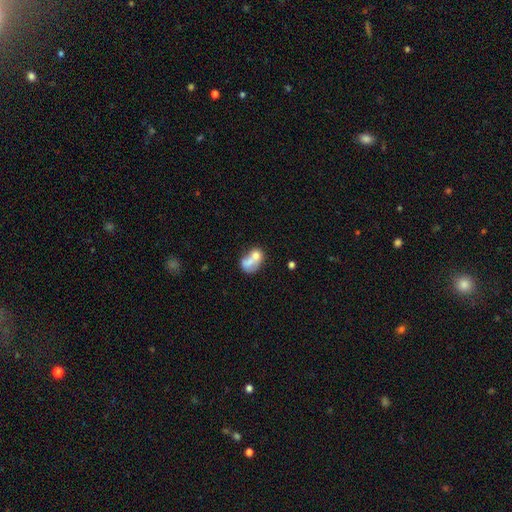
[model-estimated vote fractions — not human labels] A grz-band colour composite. It shows a smooth galaxy with no disk features (62%) that is in between round and cigar-shaped (68%). Merging: merger (60%).